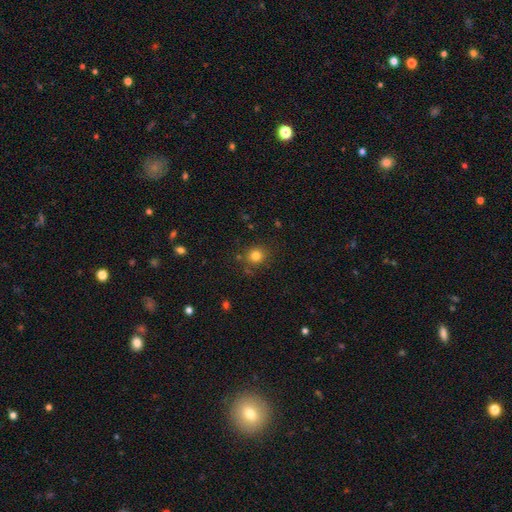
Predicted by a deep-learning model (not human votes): Smooth or featured? Predicted: smooth (p=0.81). How rounded? Predicted: round (p=0.84). Merging? Predicted: none (p=0.82).